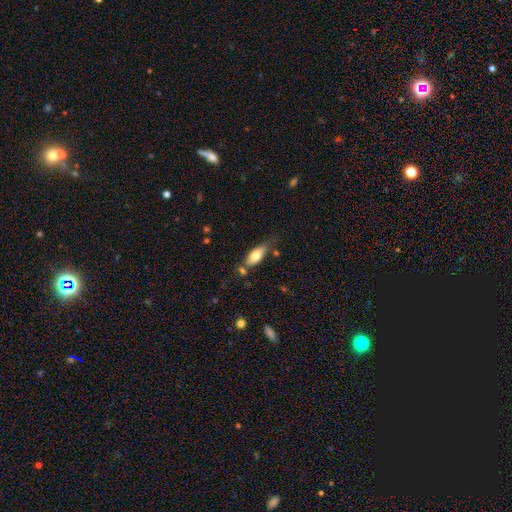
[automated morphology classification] Q: Smooth or featured?
A: smooth (73%); runner-up: featured or disk (20%)
Q: How rounded?
A: in between (80%); runner-up: cigar-shaped (17%)
Q: Merging?
A: none (56%); runner-up: minor disturbance (25%)